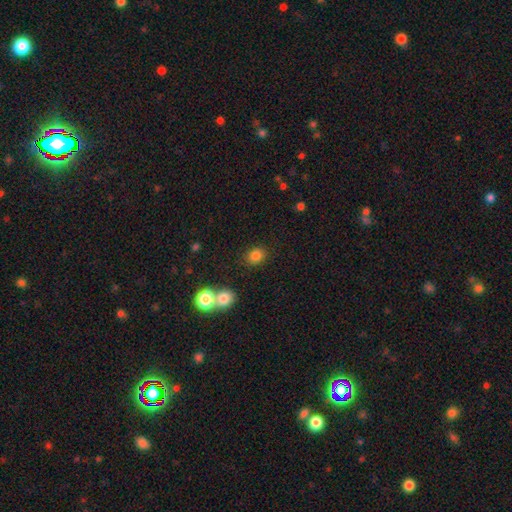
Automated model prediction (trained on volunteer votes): Q: Smooth or featured?
A: smooth (81%); runner-up: star or artifact (13%)
Q: How rounded?
A: round (63%); runner-up: in between (36%)
Q: Merging?
A: none (80%); runner-up: minor disturbance (9%)